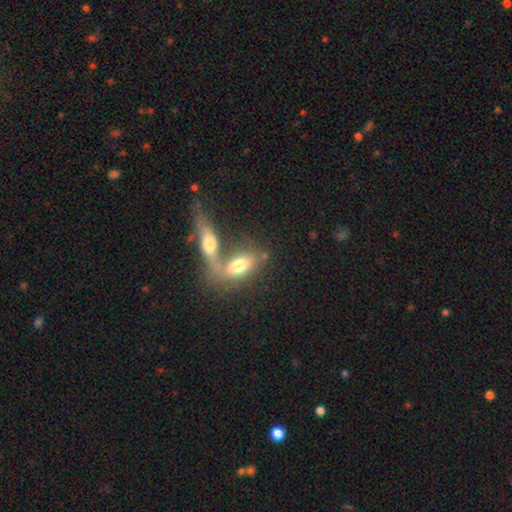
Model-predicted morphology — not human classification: Smooth or featured?
  - smooth: 48% *
  - featured or disk: 42%
  - star or artifact: 10%
Merging?
  - merger: 58% *
  - none: 29%
  - minor disturbance: 8%
  - major disturbance: 5%